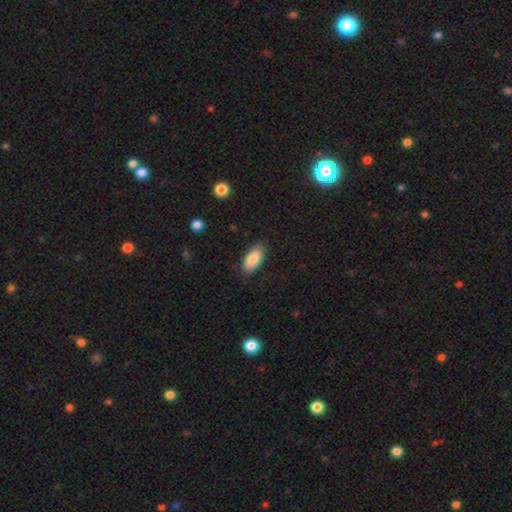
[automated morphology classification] A smooth galaxy with no disk features (83%) that is in between round and cigar-shaped (86%).

Vote fractions:
- Smooth or featured? smooth: 83% / featured or disk: 9% / star or artifact: 8%
- How rounded? in between: 86% / cigar-shaped: 11% / round: 2%
- Merging? none: 87% / minor disturbance: 10% / major disturbance: 2% / merger: 1%